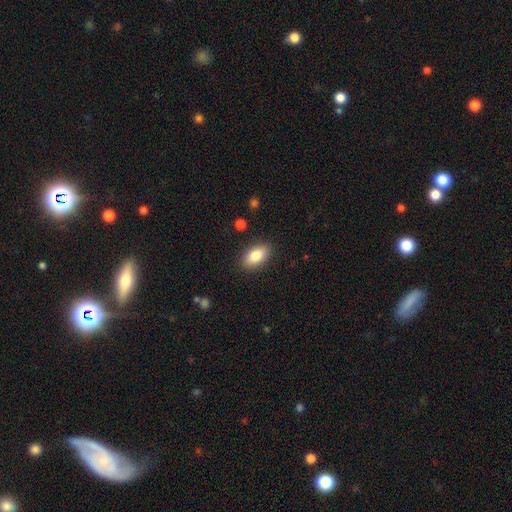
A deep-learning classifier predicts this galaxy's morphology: type=smooth (82%); roundness=in between (91%); merging=none (88%).